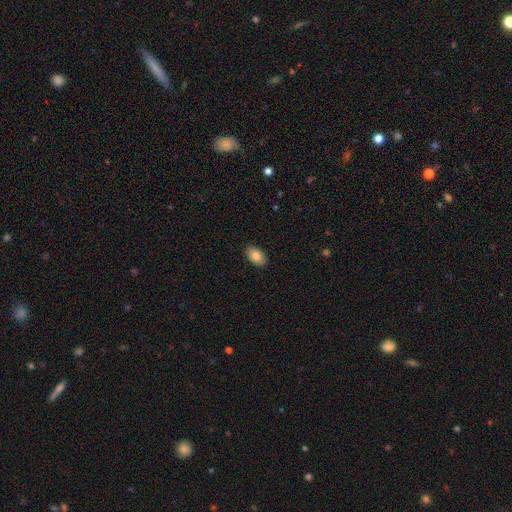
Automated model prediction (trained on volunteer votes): Morphology: type=smooth (84%); roundness=in between (92%); merging=none (89%).